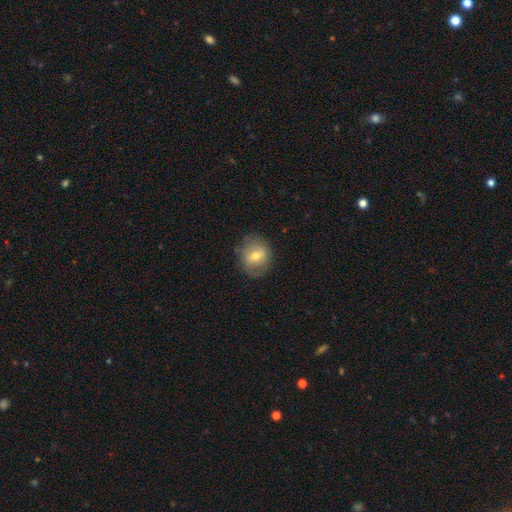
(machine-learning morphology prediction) Smooth or featured? Predicted: smooth (p=0.56). How rounded? Predicted: round (p=0.72). Merging? Predicted: none (p=0.77).